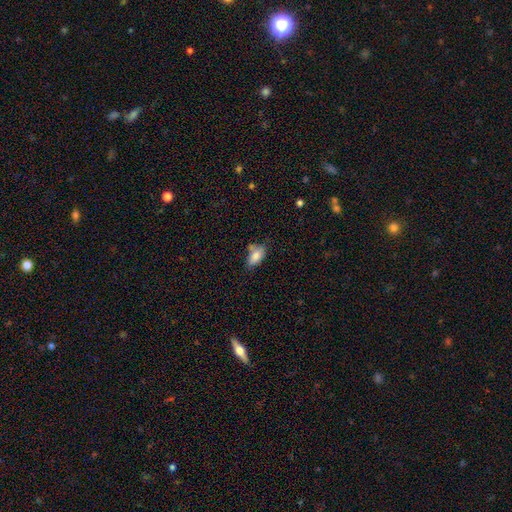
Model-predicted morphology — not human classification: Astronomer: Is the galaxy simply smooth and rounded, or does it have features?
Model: smooth — 81%.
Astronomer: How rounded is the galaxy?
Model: in between — 91%.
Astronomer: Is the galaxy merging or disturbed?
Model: none — 54%.